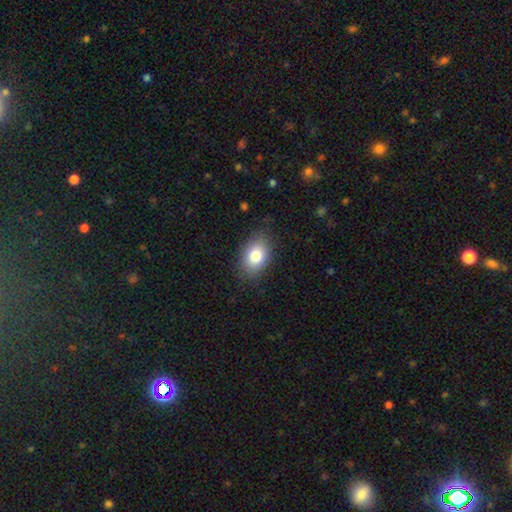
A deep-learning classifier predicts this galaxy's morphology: Smooth or featured?
  - smooth: 80% *
  - featured or disk: 11%
  - star or artifact: 9%
How rounded?
  - in between: 82% *
  - round: 16%
  - cigar-shaped: 1%
Merging?
  - none: 84% *
  - minor disturbance: 12%
  - major disturbance: 3%
  - merger: 1%